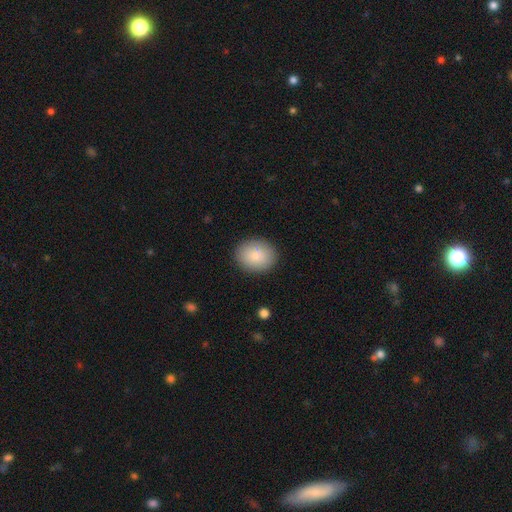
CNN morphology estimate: Smooth or featured? Predicted: smooth (p=0.87). How rounded? Predicted: in between (p=0.50). Merging? Predicted: none (p=0.88).